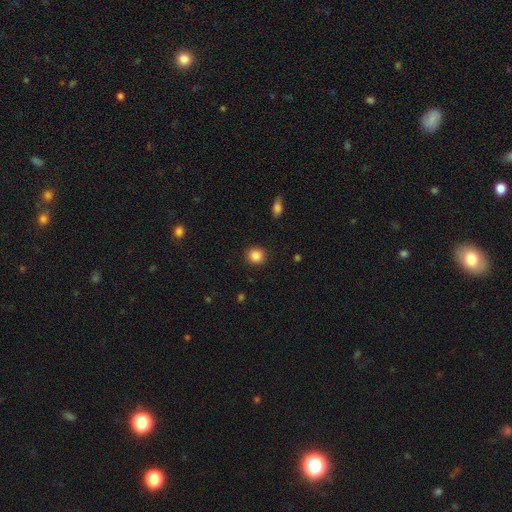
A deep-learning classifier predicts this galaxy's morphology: The model was most divided on "how rounded": round: 87%, in between: 12%, cigar-shaped: 1%. More confident: merging — none (91%); smooth or featured — smooth (86%).